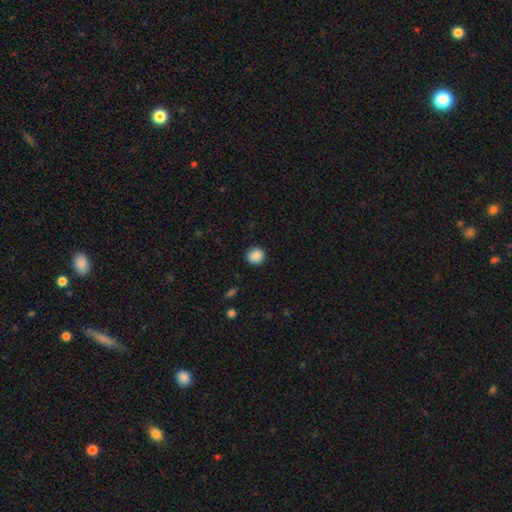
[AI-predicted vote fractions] Smooth or featured?
  - smooth: 89% *
  - star or artifact: 9%
  - featured or disk: 3%
How rounded?
  - round: 92% *
  - in between: 7%
  - cigar-shaped: 1%
Merging?
  - none: 90% *
  - minor disturbance: 7%
  - major disturbance: 2%
  - merger: 1%